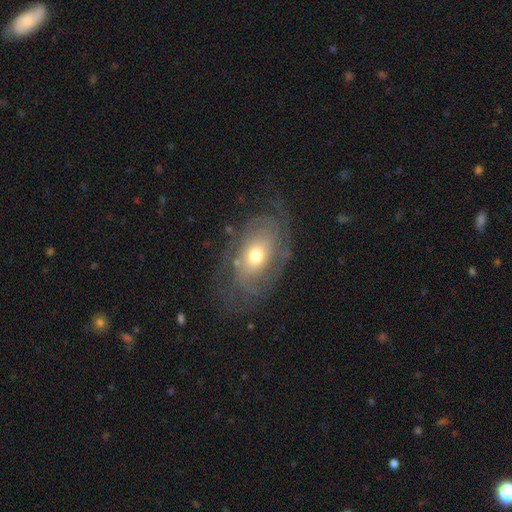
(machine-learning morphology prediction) A featured or disk galaxy (69%) with no bar (79%), spiral arms (77%) and a moderate central bulge (66%). Merging: none (65%).